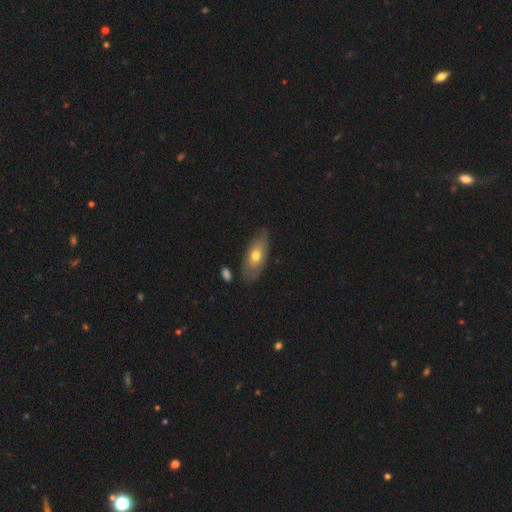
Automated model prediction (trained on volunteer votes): This is likely a smooth galaxy (62%). How rounded: clearly in between (84%). Merging: likely none (73%).